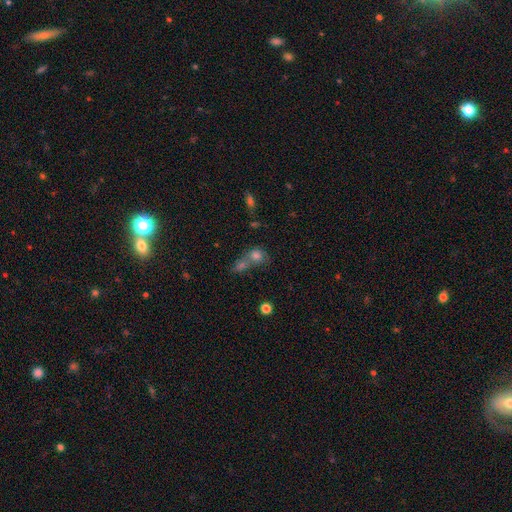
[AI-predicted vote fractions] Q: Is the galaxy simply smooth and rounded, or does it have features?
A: smooth — 74%.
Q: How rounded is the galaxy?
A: round — 61%.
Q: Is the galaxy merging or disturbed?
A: merger — 61%.